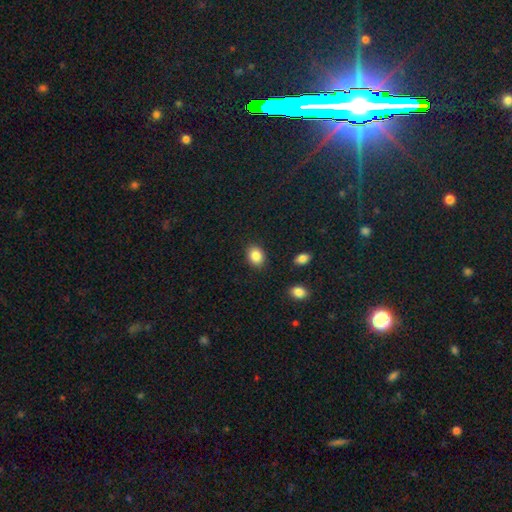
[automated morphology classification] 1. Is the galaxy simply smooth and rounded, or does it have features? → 87% smooth, 8% star or artifact, 5% featured or disk.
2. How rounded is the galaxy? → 57% in between, 42% round, 1% cigar-shaped.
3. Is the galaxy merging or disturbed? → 87% none, 9% minor disturbance, 3% major disturbance, 2% merger.